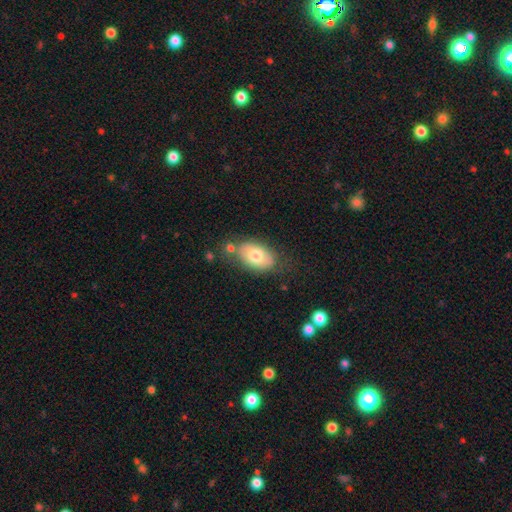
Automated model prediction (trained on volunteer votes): smooth_or_featured: smooth (p=0.68) [alt: featured or disk p=0.25]
how_rounded: in between (p=0.90) [alt: round p=0.08]
merging: none (p=0.67) [alt: minor disturbance p=0.18]